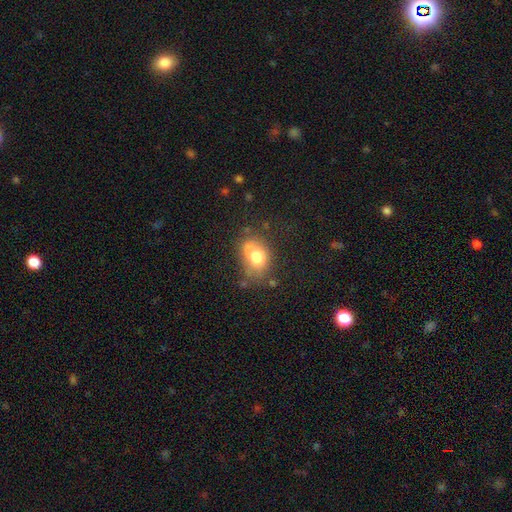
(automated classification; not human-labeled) Overall: smooth (70%). How rounded: in between (69%; round 30%). Merging: none (42%; minor disturbance 26%).